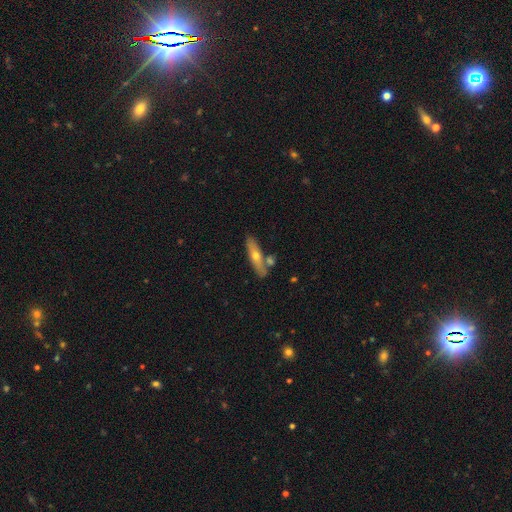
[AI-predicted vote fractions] smooth 50%, featured or disk 44%, star or artifact 6%. Down the decision tree: how rounded — cigar-shaped (68%); merging — none (70%).